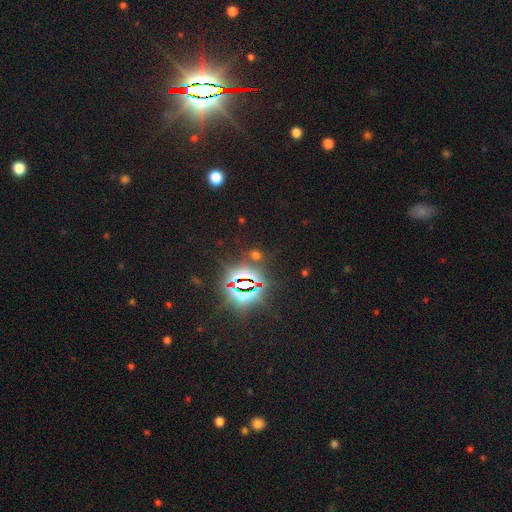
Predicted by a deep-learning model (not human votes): A star or artifact, not a galaxy (74%).